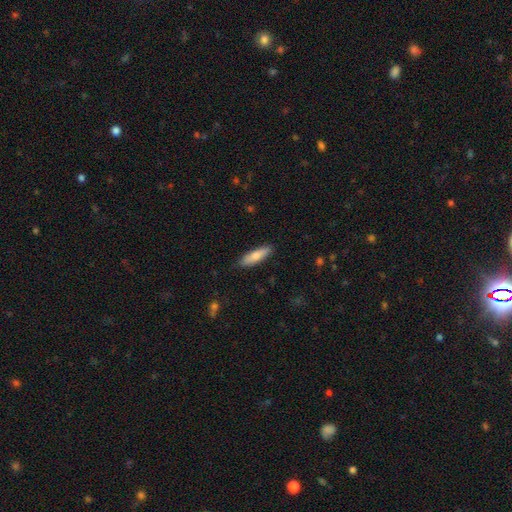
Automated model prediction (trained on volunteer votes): This is likely a smooth galaxy (74%). How rounded: likely cigar-shaped (62%). Merging: clearly none (87%).